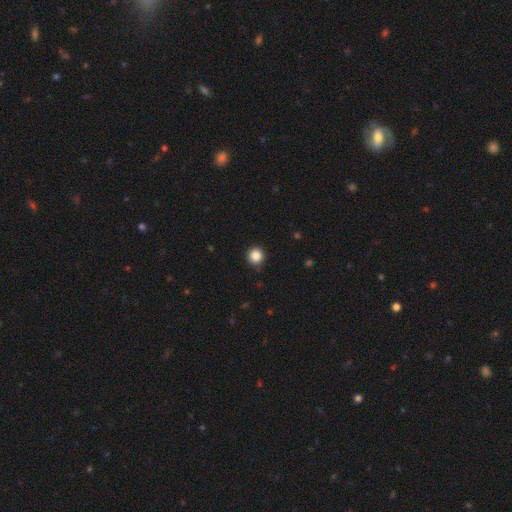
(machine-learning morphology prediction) smooth 86%, star or artifact 10%, featured or disk 4%. Down the decision tree: how rounded — round (94%); merging — none (89%).